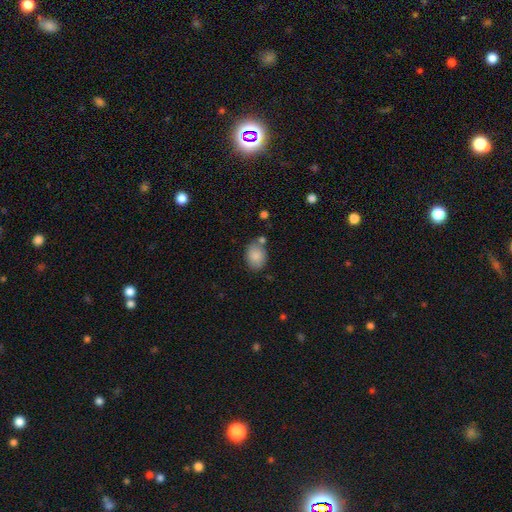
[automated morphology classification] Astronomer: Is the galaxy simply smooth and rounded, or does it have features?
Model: smooth — 86%.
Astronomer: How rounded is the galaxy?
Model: in between — 70%.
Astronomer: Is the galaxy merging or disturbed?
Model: none — 69%.